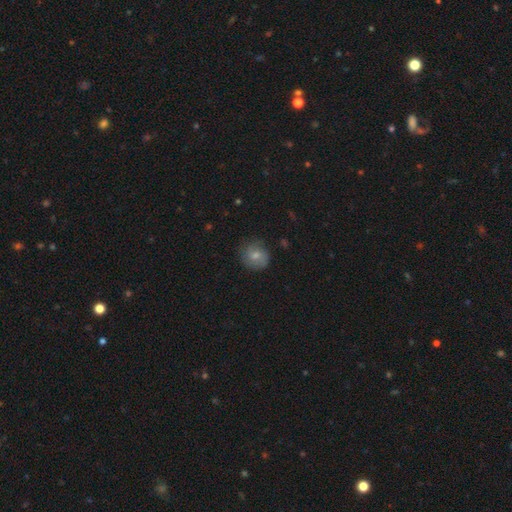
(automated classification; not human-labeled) A smooth galaxy with no disk features (67%) that is round (80%). Merging: none (73%).